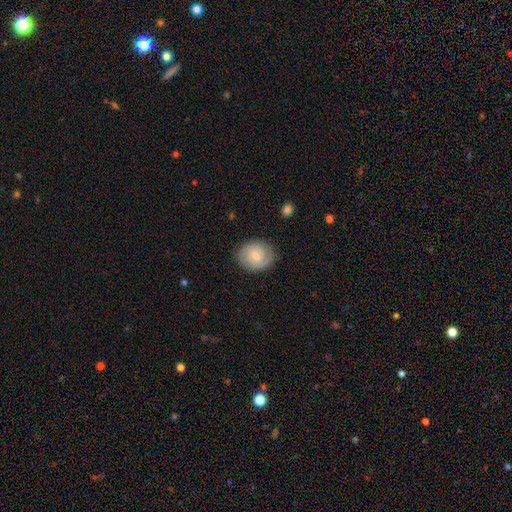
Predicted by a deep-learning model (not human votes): Smooth or featured: featured or disk — 62% (smooth — 31%)
Edge-on disk: no — 97% (yes — 3%)
Bar: no — 54% (weak — 40%)
Spiral arms: yes — 90% (no — 10%)
Spiral winding: tight — 64% (medium — 29%)
Spiral arm count: 2 — 70% (can't tell — 15%)
Bulge size: moderate — 48% (small — 46%)
Merging: none — 83% (minor disturbance — 13%)